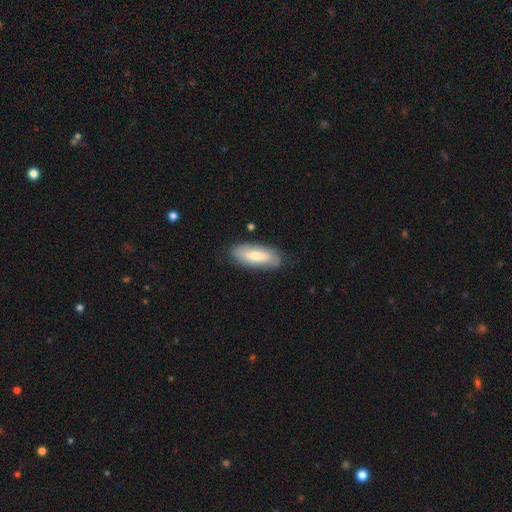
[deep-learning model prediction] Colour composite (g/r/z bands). It shows a smooth galaxy with no disk features (65%) that is in between round and cigar-shaped (81%). Merging: none (79%).